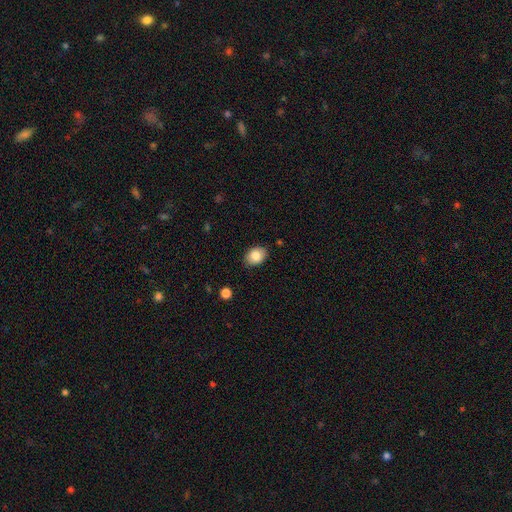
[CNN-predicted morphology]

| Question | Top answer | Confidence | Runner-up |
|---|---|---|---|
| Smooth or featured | smooth | 85% | star or artifact (8%) |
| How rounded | in between | 72% | round (27%) |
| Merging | none | 84% | minor disturbance (12%) |